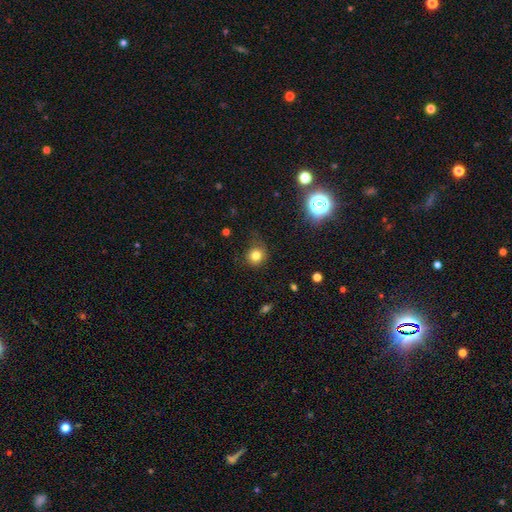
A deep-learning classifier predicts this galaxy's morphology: Smooth or featured?
  - smooth: 78% *
  - star or artifact: 14%
  - featured or disk: 8%
How rounded?
  - round: 88% *
  - in between: 11%
  - cigar-shaped: 1%
Merging?
  - none: 70% *
  - minor disturbance: 20%
  - major disturbance: 8%
  - merger: 2%